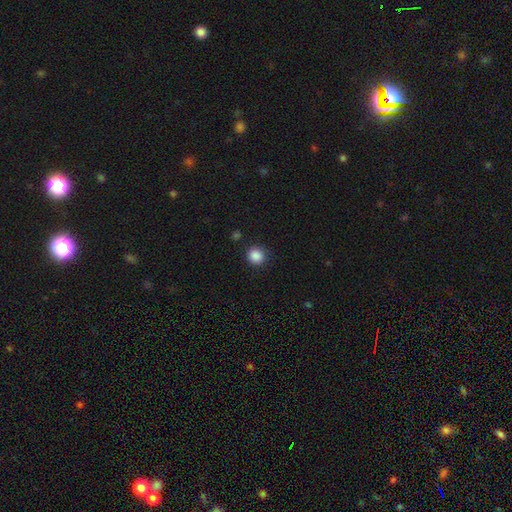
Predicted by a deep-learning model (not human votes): This appears to be a smooth galaxy with no disk features (87%) that is round (86%). Merging: none (86%).